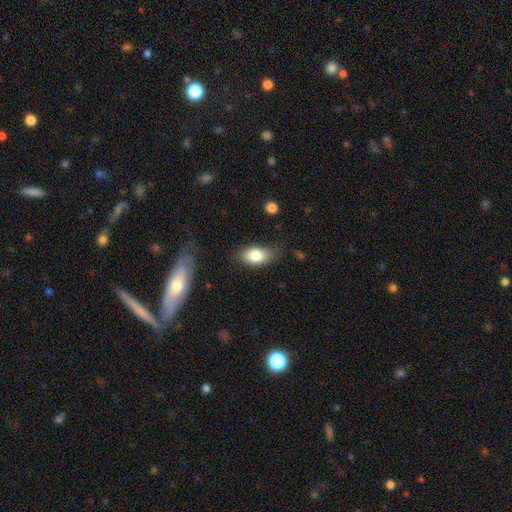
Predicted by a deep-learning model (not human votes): Overall: smooth (81%). How rounded: in between (90%). Merging: none (74%).